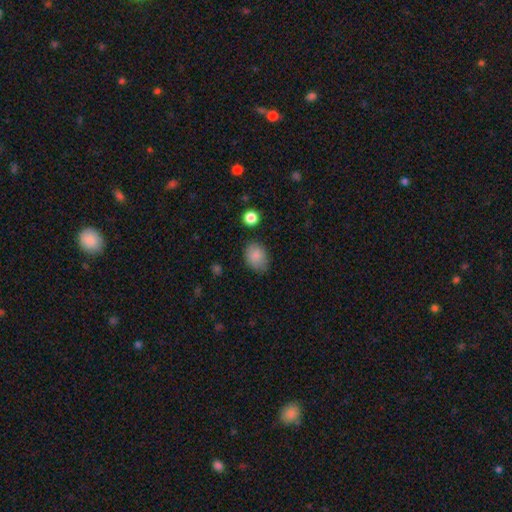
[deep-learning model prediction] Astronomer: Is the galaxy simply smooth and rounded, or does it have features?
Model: smooth — 86%.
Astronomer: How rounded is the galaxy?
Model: in between — 68%.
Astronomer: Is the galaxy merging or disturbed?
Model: none — 75%.